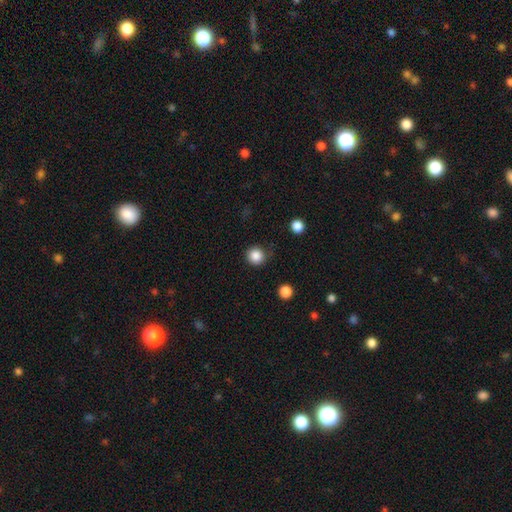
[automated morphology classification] Smooth or featured? Predicted: smooth (p=0.86). How rounded? Predicted: round (p=0.94). Merging? Predicted: none (p=0.84).